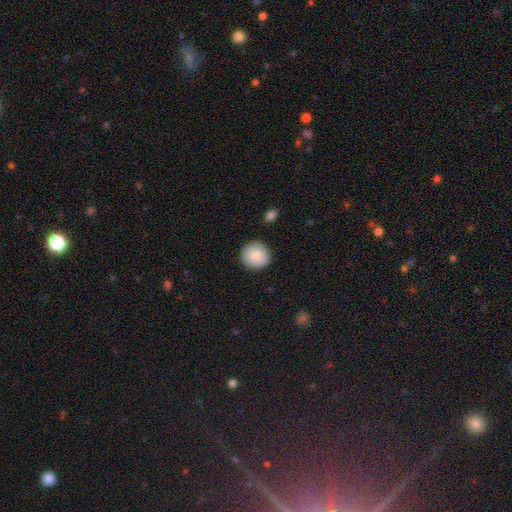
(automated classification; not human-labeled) A smooth galaxy with no disk features (85%) that is round (92%).

Vote fractions:
- Smooth or featured? smooth: 85% / featured or disk: 8% / star or artifact: 7%
- How rounded? round: 92% / in between: 7% / cigar-shaped: 1%
- Merging? none: 89% / minor disturbance: 8% / major disturbance: 2% / merger: 1%